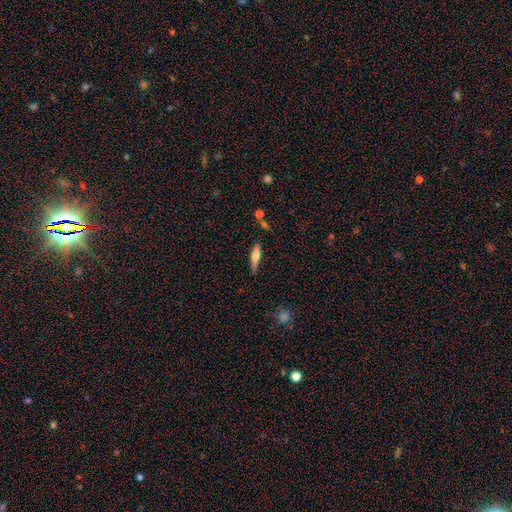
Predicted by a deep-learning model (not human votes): This is possibly a smooth galaxy (52%). How rounded: likely cigar-shaped (69%). Merging: clearly none (80%).